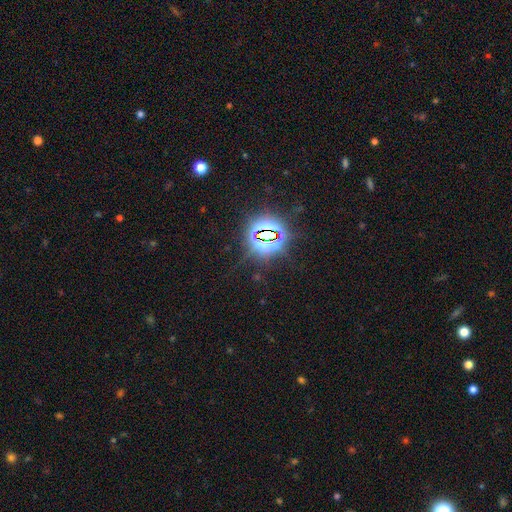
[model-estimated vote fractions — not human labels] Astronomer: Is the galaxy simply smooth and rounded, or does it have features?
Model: star or artifact — 85%.